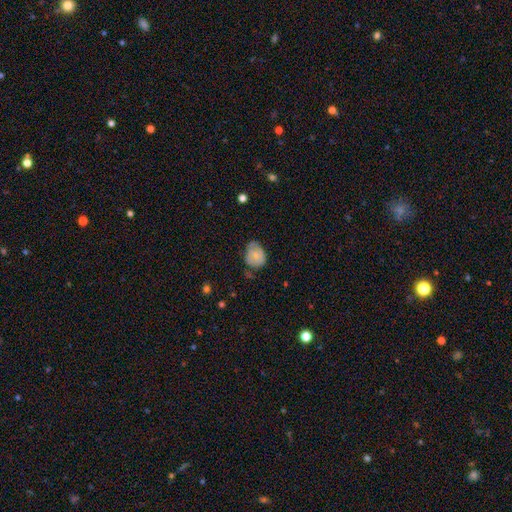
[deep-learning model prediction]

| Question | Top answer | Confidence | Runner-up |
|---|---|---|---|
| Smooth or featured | smooth | 66% | featured or disk (26%) |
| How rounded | in between | 55% | round (44%) |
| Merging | none | 47% | minor disturbance (38%) |